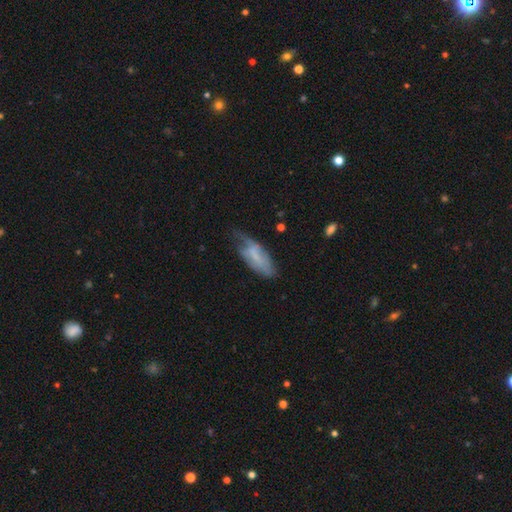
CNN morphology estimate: smooth 52%, featured or disk 40%, star or artifact 8%. Down the decision tree: how rounded — in between (76%); merging — minor disturbance (39%).